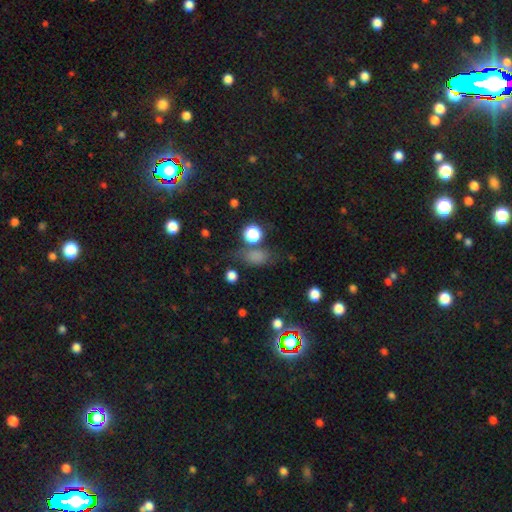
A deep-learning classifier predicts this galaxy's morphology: Smooth or featured?
  - smooth: 72% *
  - star or artifact: 20%
  - featured or disk: 8%
How rounded?
  - in between: 68% *
  - round: 27%
  - cigar-shaped: 5%
Merging?
  - none: 62% *
  - minor disturbance: 20%
  - major disturbance: 11%
  - merger: 8%